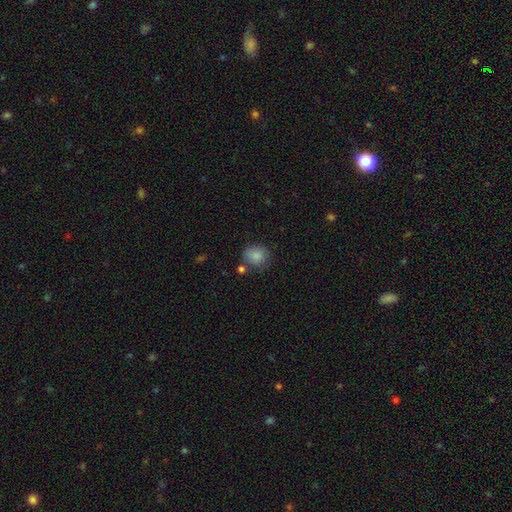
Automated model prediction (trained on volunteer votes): The model was most divided on "how rounded": round: 73%, in between: 26%, cigar-shaped: 1%. More confident: smooth or featured — smooth (86%); merging — none (71%).